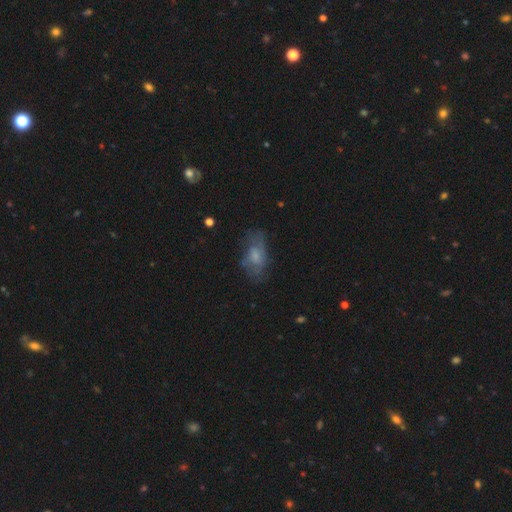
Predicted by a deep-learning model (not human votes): The model was most divided on "smooth or featured": featured or disk: 46%, smooth: 44%, star or artifact: 9%. More confident: merging — none (54%).